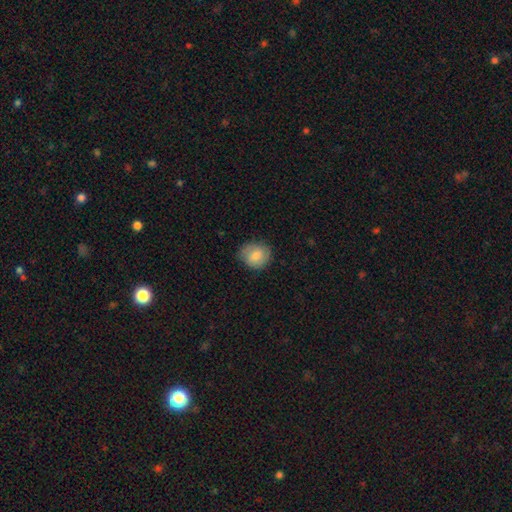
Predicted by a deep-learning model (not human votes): The model was most divided on "how rounded": round: 76%, in between: 23%, cigar-shaped: 1%. More confident: merging — none (77%); smooth or featured — smooth (75%).